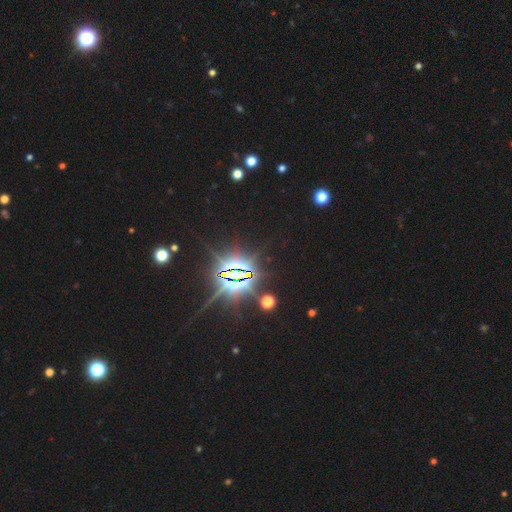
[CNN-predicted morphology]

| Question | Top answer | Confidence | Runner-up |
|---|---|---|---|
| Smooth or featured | star or artifact | 87% | smooth (6%) |